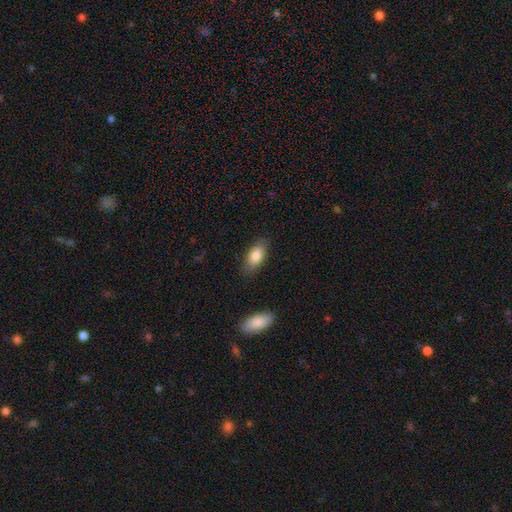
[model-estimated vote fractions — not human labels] smooth 83%, featured or disk 11%, star or artifact 7%. Down the decision tree: how rounded — in between (89%); merging — none (83%).